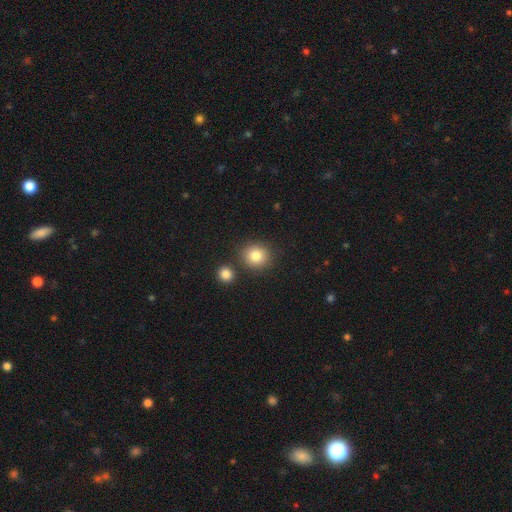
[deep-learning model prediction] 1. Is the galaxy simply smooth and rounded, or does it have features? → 83% smooth, 10% star or artifact, 7% featured or disk.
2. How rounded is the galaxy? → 85% round, 14% in between, 1% cigar-shaped.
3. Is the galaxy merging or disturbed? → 81% none, 8% merger, 8% minor disturbance, 3% major disturbance.